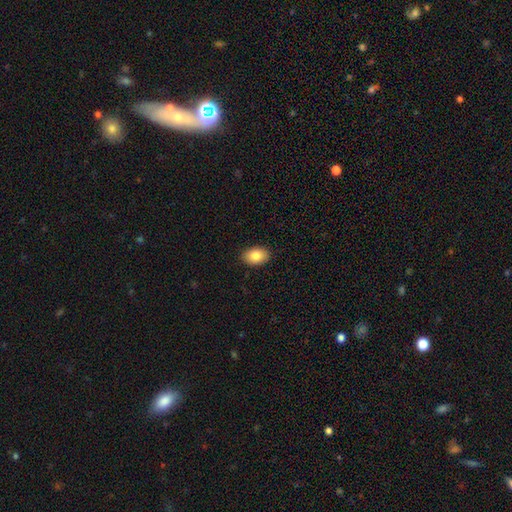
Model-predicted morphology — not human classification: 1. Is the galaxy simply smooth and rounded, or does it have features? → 86% smooth, 7% featured or disk, 7% star or artifact.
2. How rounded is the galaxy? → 87% in between, 12% round, 1% cigar-shaped.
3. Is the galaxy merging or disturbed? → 90% none, 8% minor disturbance, 2% major disturbance, 1% merger.